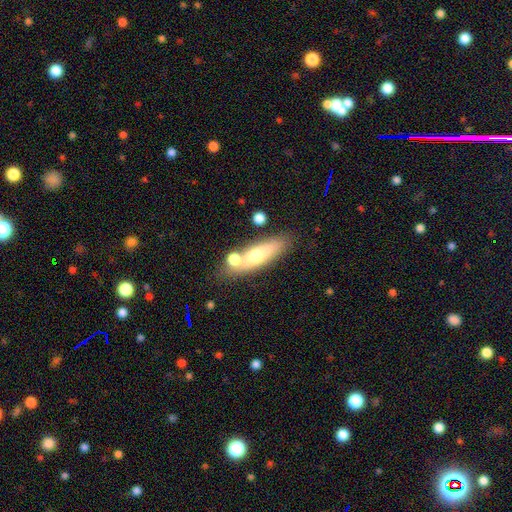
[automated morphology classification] smooth-or-featured: smooth: 54% | featured or disk: 37% | star or artifact: 9%
  how-rounded: cigar-shaped: 62% | in between: 34% | round: 3%
  merging: none: 69% | merger: 14% | minor disturbance: 13% | major disturbance: 4%